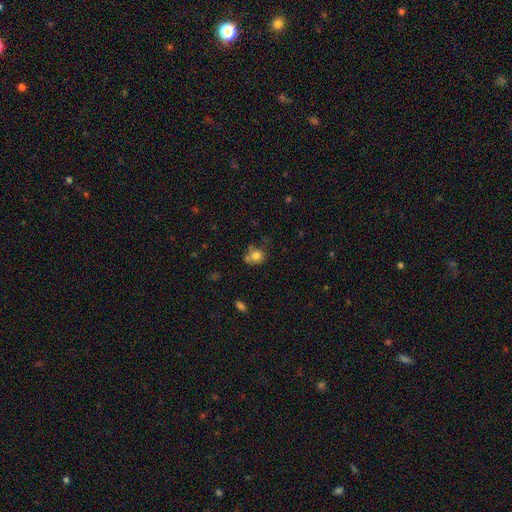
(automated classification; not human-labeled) Smooth or featured? Predicted: smooth (p=0.78). How rounded? Predicted: round (p=0.74). Merging? Predicted: none (p=0.52).